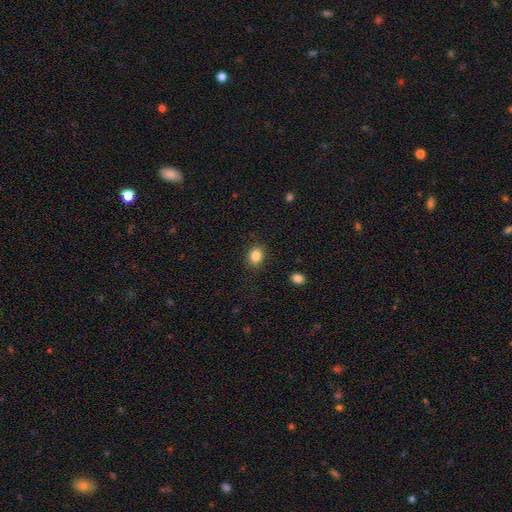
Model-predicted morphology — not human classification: type=smooth (85%); roundness=in between (57%); merging=none (88%).